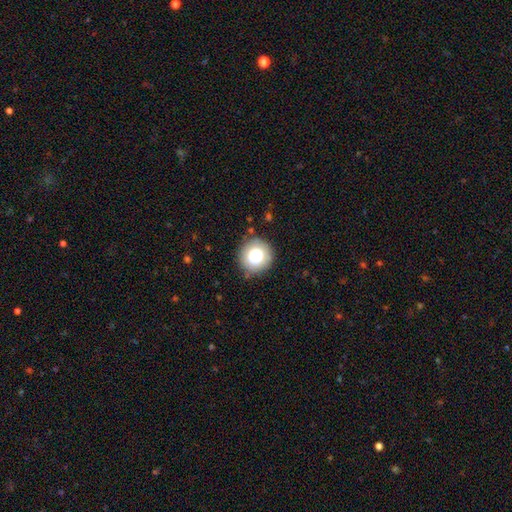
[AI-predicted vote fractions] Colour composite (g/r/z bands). It shows a smooth galaxy with no disk features (79%) that is round (94%). Merging: none (86%).